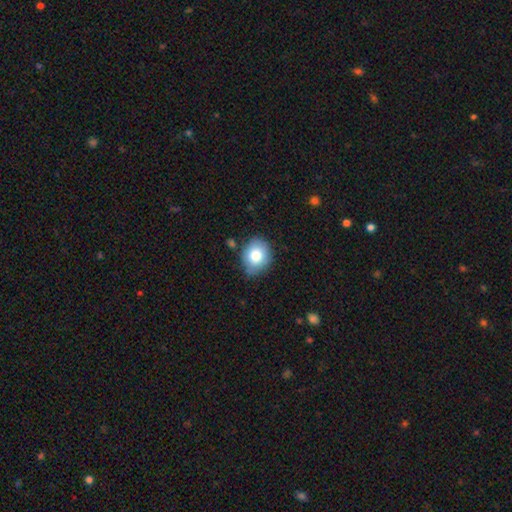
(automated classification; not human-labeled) This appears to be a smooth galaxy with no disk features (79%) that is round (62%). Merging: none (78%).